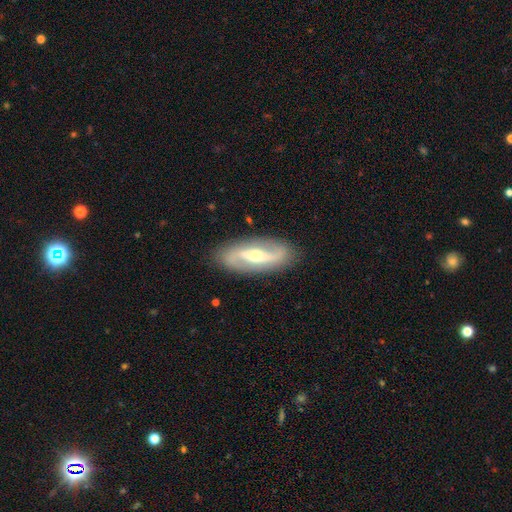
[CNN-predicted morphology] Smooth or featured: featured or disk — 83% (smooth — 12%)
Edge-on disk: no — 91% (yes — 9%)
Bar: strong — 38% (weak — 35%)
Spiral arms: yes — 90% (no — 10%)
Spiral winding: loose — 47% (medium — 37%)
Spiral arm count: 2 — 91% (can't tell — 4%)
Bulge size: moderate — 54% (small — 41%)
Merging: none — 87% (minor disturbance — 9%)